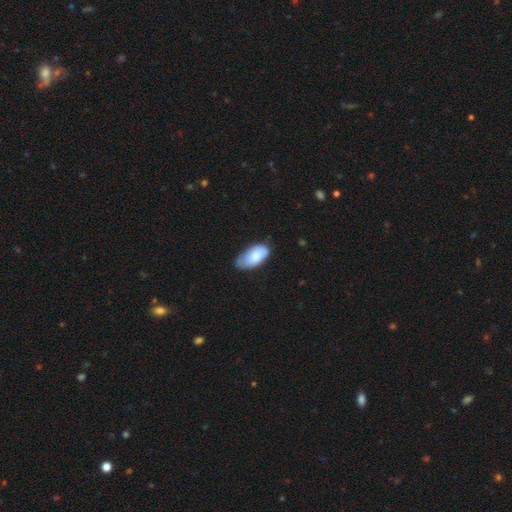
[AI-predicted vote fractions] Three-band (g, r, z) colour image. It shows a smooth galaxy with no disk features (81%) that is in between round and cigar-shaped (95%). Merging: none (52%).